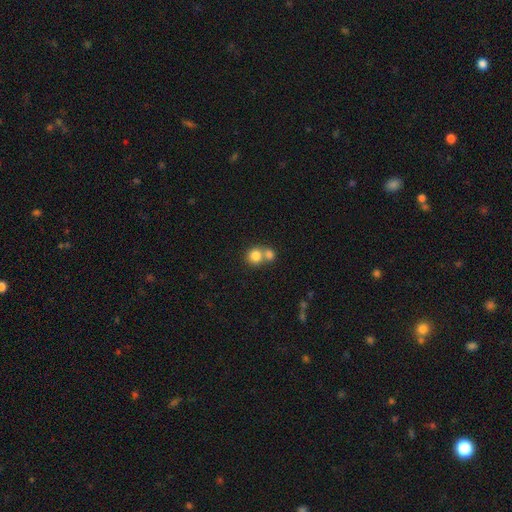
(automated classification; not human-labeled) Q: Smooth or featured?
A: smooth (81%); runner-up: star or artifact (10%)
Q: How rounded?
A: round (84%); runner-up: in between (15%)
Q: Merging?
A: merger (52%); runner-up: none (39%)